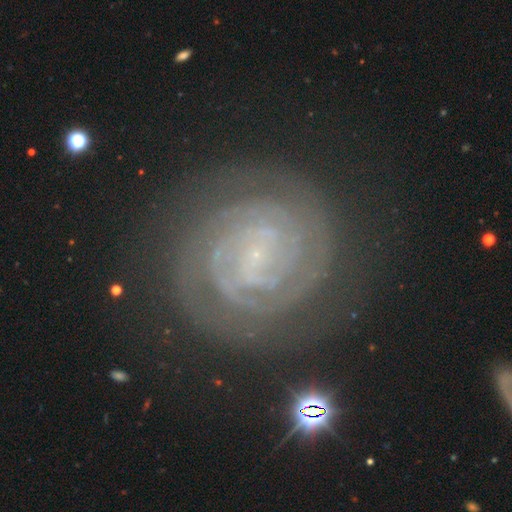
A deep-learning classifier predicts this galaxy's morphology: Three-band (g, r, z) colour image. It shows a featured or disk galaxy (88%) with a weak bar (39%), 2 (48%) tight (86%) spiral arms (98%) and a small central bulge (82%). Merging: none (81%).